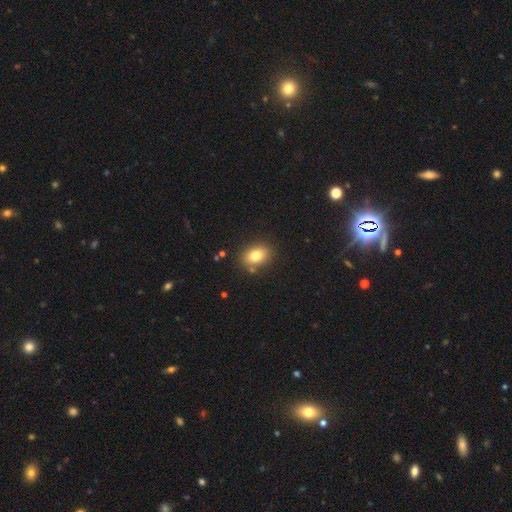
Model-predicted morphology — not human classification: A smooth galaxy with no disk features (79%) that is in between round and cigar-shaped (70%). Merging: none (84%).